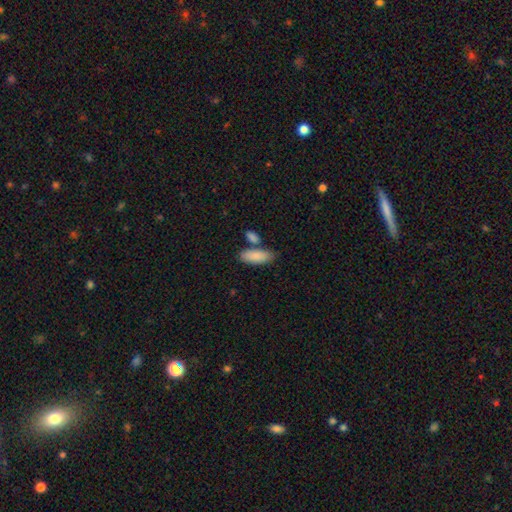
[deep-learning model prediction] Overall: smooth (87%). How rounded: in between (77%). Merging: none (67%).